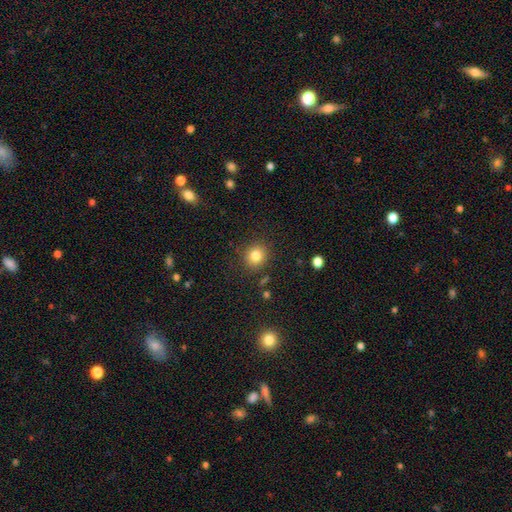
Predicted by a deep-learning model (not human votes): The model was most divided on "smooth or featured": smooth: 82%, star or artifact: 12%, featured or disk: 7%. More confident: how rounded — round (88%); merging — none (87%).